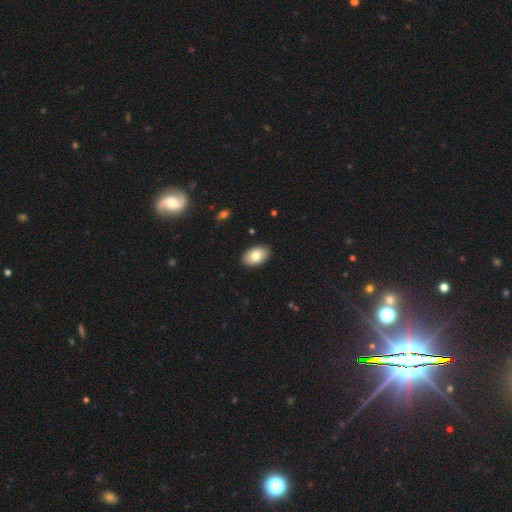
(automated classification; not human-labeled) smooth 79%, featured or disk 14%, star or artifact 7%. Down the decision tree: how rounded — in between (93%); merging — none (90%).